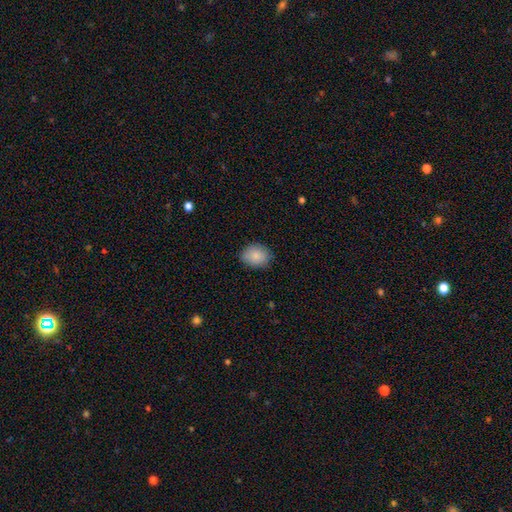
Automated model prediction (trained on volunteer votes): Smooth or featured: smooth — 86% (star or artifact — 8%)
How rounded: round — 53% (in between — 46%)
Merging: none — 82% (minor disturbance — 14%)